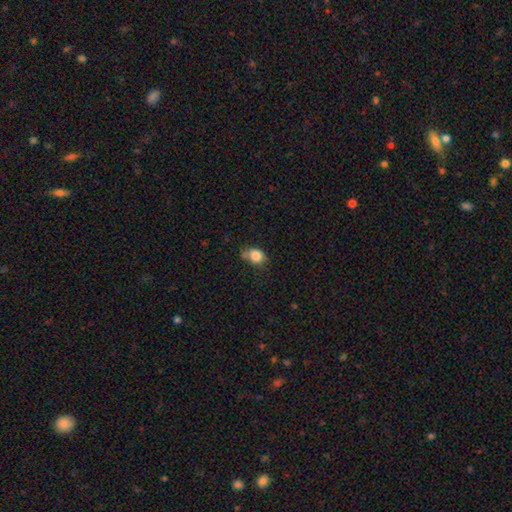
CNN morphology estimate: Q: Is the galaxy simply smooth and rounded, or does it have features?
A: smooth — 83%.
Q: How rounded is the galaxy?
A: round — 56%.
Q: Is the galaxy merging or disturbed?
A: none — 51%.